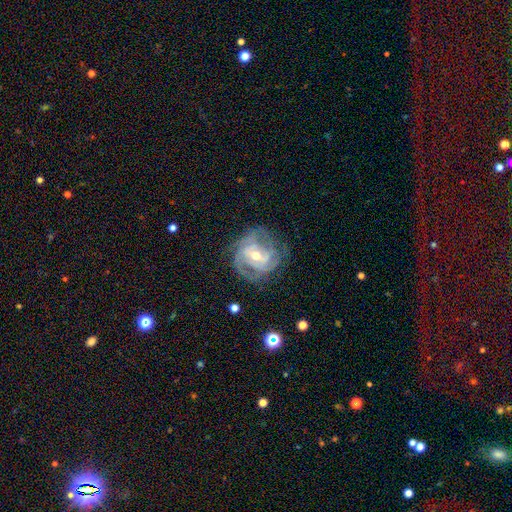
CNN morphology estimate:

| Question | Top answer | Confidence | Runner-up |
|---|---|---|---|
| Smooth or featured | featured or disk | 86% | smooth (8%) |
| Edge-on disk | no | 97% | yes (3%) |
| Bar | weak | 44% | no (34%) |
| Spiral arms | yes | 94% | no (6%) |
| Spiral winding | tight | 58% | medium (33%) |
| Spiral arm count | can't tell | 29% | 3 (27%) |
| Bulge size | moderate | 59% | small (37%) |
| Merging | none | 69% | minor disturbance (19%) |